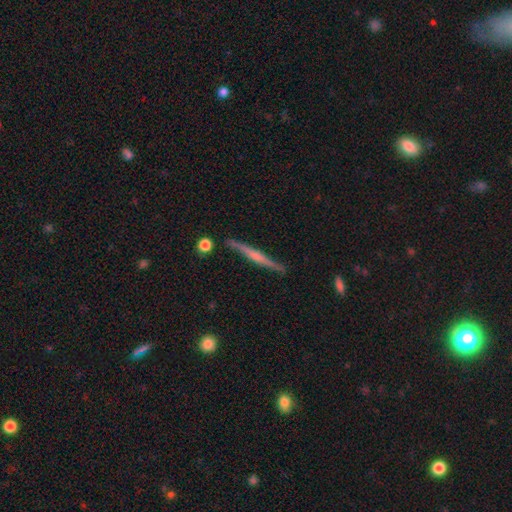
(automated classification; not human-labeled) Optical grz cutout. It shows a featured or disk galaxy (71%) viewed edge-on (98%) with a rounded central bulge (52%). Merging: none (86%).